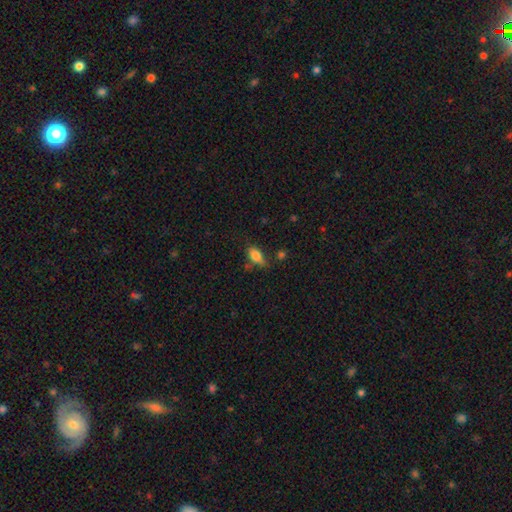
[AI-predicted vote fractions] A smooth galaxy with no disk features (80%) that is in between round and cigar-shaped (85%). Merging: none (58%).